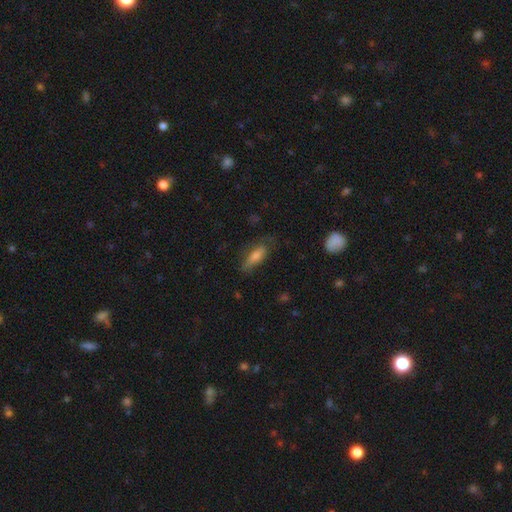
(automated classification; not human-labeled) A smooth galaxy with no disk features (66%) that is in between round and cigar-shaped (58%). Merging: none (61%).